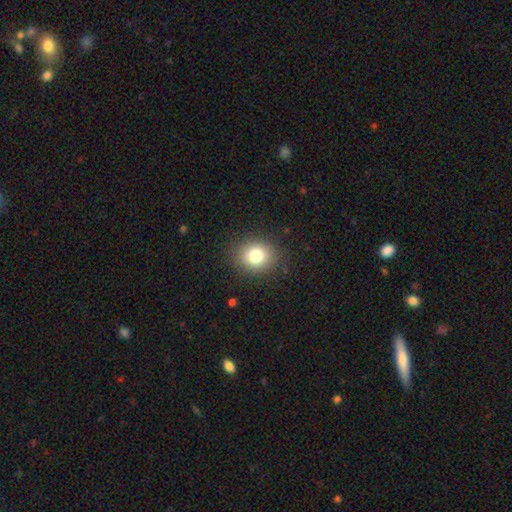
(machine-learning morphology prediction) This is likely a smooth galaxy (80%). How rounded: likely round (64%). Merging: clearly none (87%).